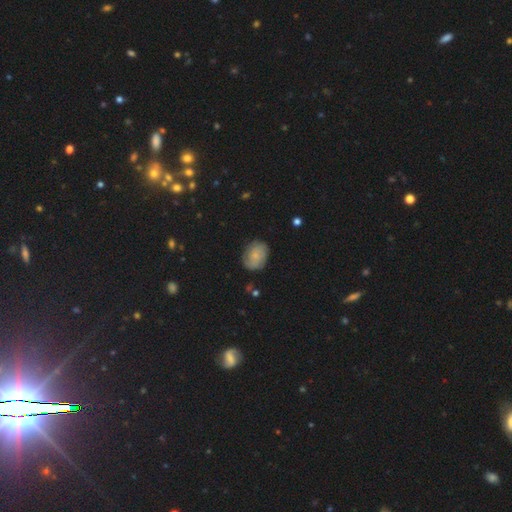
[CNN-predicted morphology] type=smooth (58%); roundness=in between (56%); merging=none (73%).